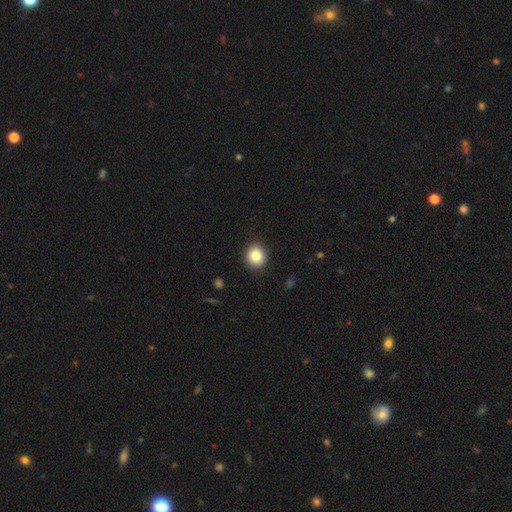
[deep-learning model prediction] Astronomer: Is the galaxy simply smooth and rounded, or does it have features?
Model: smooth — 86%.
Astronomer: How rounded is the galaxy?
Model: round — 82%.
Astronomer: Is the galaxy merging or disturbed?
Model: none — 88%.